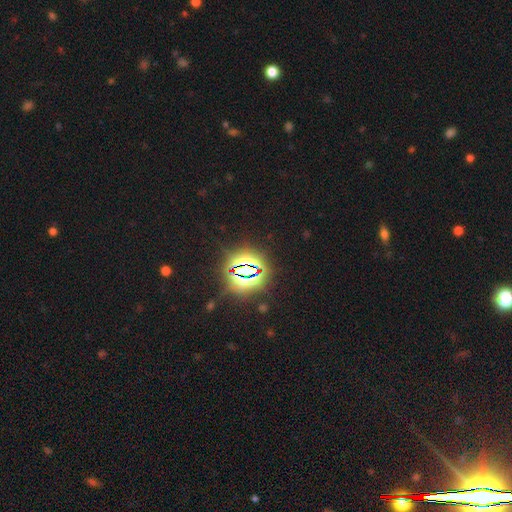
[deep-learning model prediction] This is clearly a star or artifact rather than a galaxy (81%).